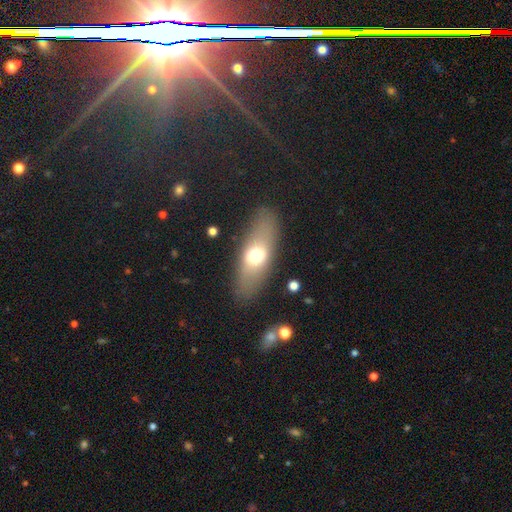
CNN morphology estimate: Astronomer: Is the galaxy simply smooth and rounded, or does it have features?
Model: smooth — 62%.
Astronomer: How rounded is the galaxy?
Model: in between — 71%.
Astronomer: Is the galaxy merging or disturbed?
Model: none — 84%.